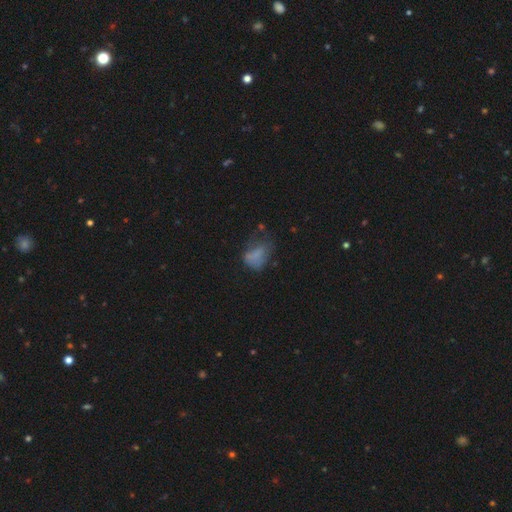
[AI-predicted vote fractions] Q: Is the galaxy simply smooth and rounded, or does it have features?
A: smooth — 63%.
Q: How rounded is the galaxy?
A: in between — 79%.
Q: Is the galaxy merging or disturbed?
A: major disturbance — 36%.